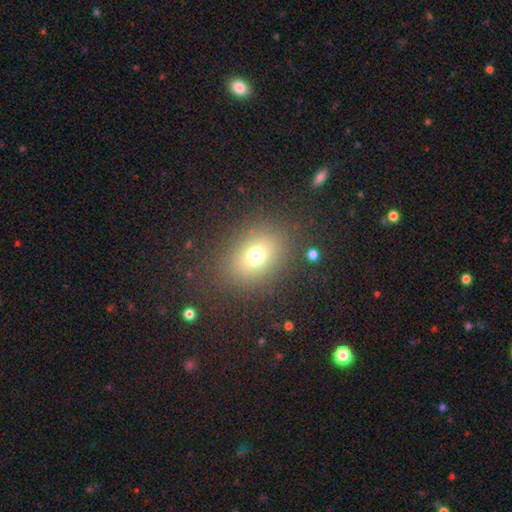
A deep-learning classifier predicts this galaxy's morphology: smooth 71%, star or artifact 17%, featured or disk 12%. Down the decision tree: how rounded — in between (60%); merging — none (83%).